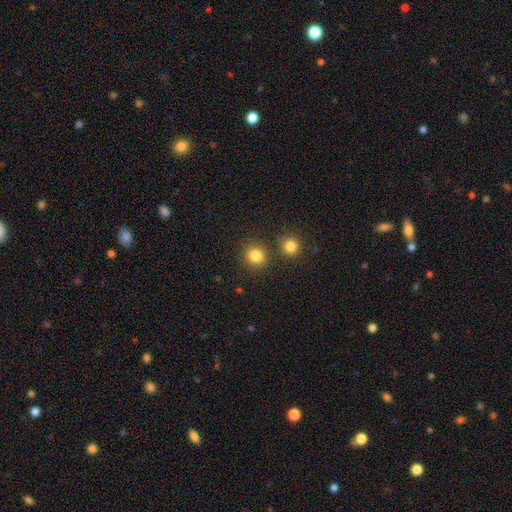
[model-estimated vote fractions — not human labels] smooth_or_featured: smooth (p=0.83) [alt: star or artifact p=0.12]
how_rounded: round (p=0.81) [alt: in between p=0.18]
merging: none (p=0.80) [alt: merger p=0.09]